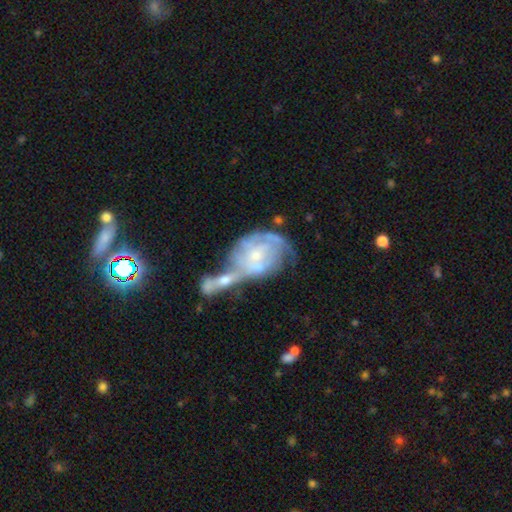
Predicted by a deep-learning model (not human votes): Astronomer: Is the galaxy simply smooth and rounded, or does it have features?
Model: featured or disk — 75%.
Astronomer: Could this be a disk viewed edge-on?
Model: no — 96%.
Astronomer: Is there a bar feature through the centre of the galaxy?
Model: no — 75%.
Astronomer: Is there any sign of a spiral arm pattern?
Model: yes — 76%.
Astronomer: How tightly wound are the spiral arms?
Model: tight — 55% (runner-up: medium, 30%).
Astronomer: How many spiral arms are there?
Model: can't tell — 50%.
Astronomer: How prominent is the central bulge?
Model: small — 68%.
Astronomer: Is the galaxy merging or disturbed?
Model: merger — 55%.